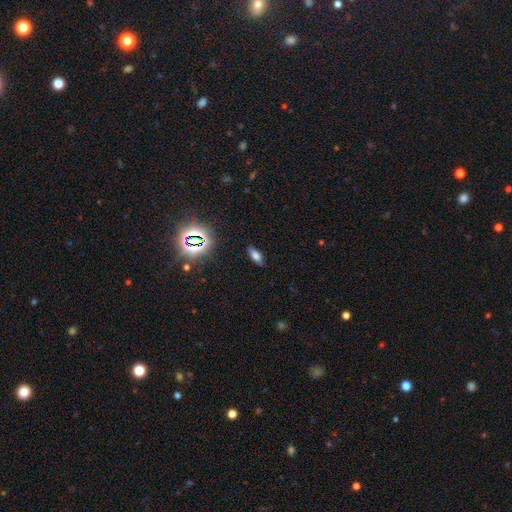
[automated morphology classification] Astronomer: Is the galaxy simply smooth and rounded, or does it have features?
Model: smooth — 70%.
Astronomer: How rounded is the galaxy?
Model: in between — 79%.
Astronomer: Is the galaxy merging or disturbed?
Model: none — 86%.